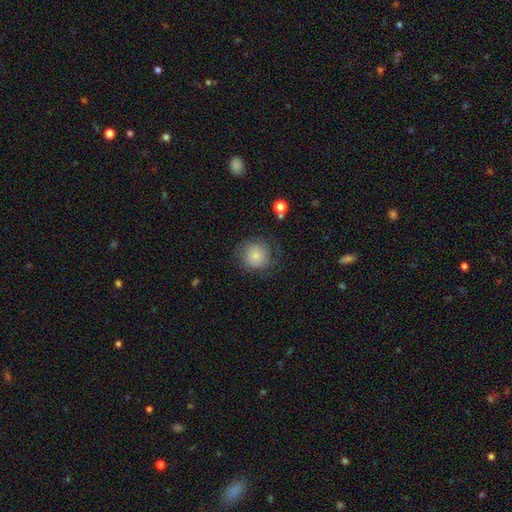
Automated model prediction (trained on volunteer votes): Smooth or featured: smooth — 80% (featured or disk — 11%)
How rounded: round — 90% (in between — 9%)
Merging: none — 72% (minor disturbance — 17%)